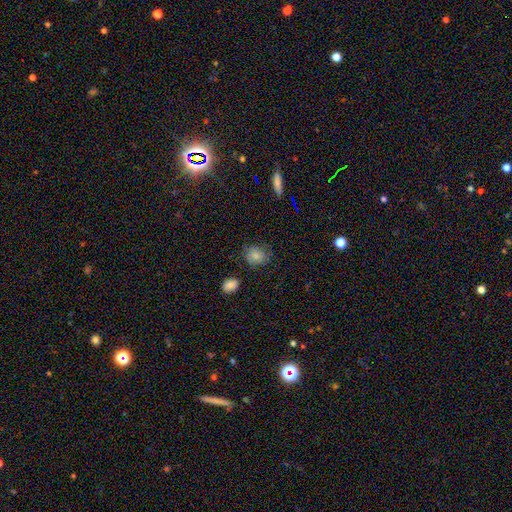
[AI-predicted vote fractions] smooth 81%, star or artifact 11%, featured or disk 8%. Down the decision tree: how rounded — round (58%); merging — none (72%).